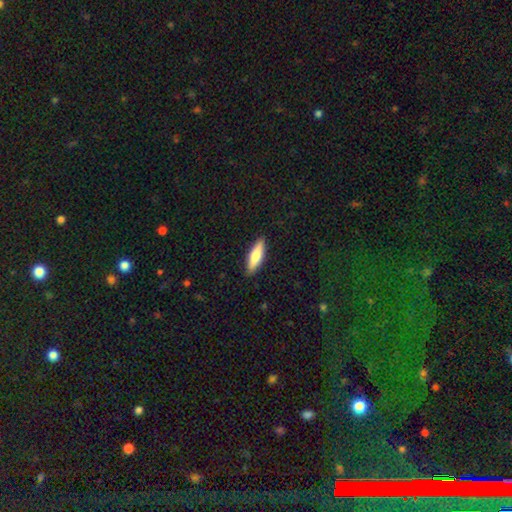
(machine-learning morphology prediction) Overall: smooth (71%). How rounded: cigar-shaped (60%; in between 38%). Merging: none (89%).